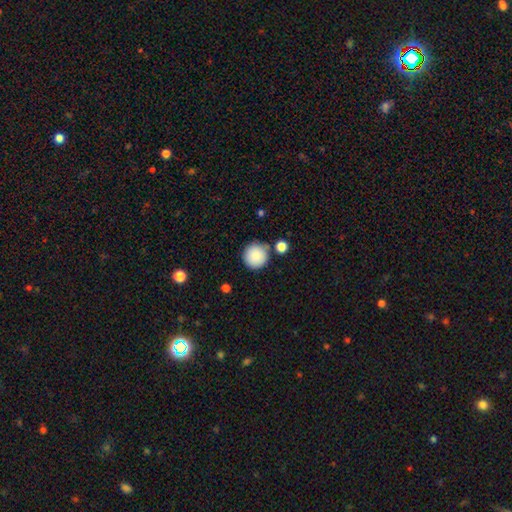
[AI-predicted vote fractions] Smooth or featured? Predicted: smooth (p=0.88). How rounded? Predicted: round (p=0.95). Merging? Predicted: none (p=0.79).